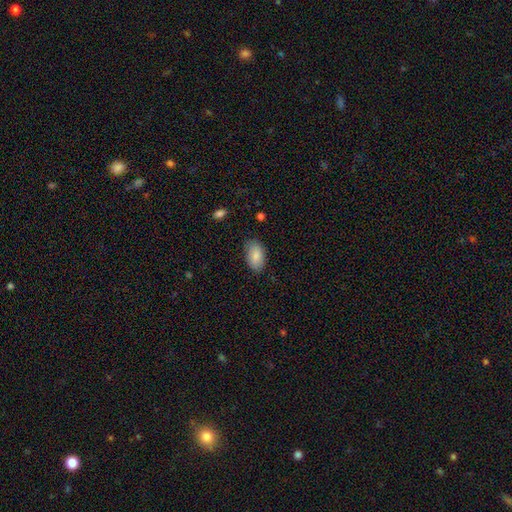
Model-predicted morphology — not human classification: Overall: smooth (85%). How rounded: in between (94%). Merging: none (81%).